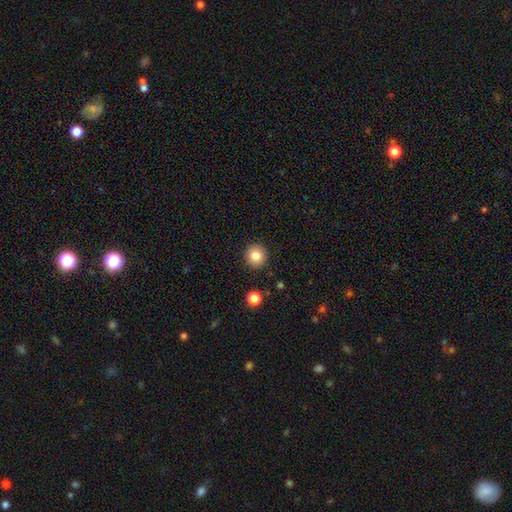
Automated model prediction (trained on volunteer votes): Smooth or featured? Predicted: smooth (p=0.83). How rounded? Predicted: round (p=0.92). Merging? Predicted: none (p=0.91).